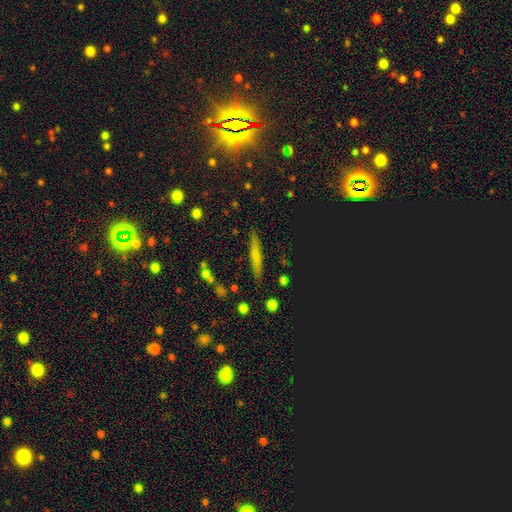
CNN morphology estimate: Smooth or featured? Predicted: smooth (p=0.54). How rounded? Predicted: cigar-shaped (p=0.87). Merging? Predicted: none (p=0.86).